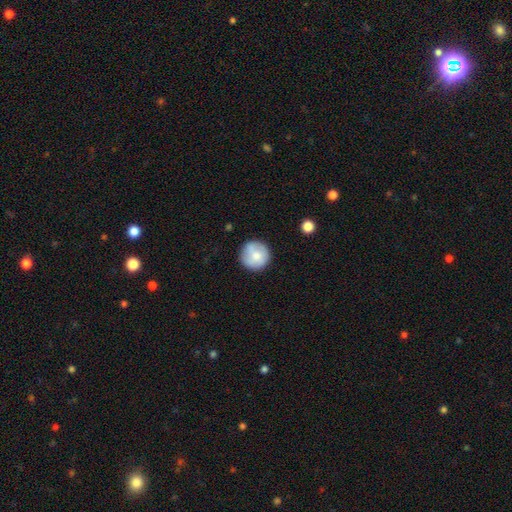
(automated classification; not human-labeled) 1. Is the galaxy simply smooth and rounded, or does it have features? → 73% smooth, 20% featured or disk, 7% star or artifact.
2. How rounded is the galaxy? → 95% round, 4% in between, 1% cigar-shaped.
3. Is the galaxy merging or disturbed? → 83% none, 12% minor disturbance, 3% major disturbance, 2% merger.